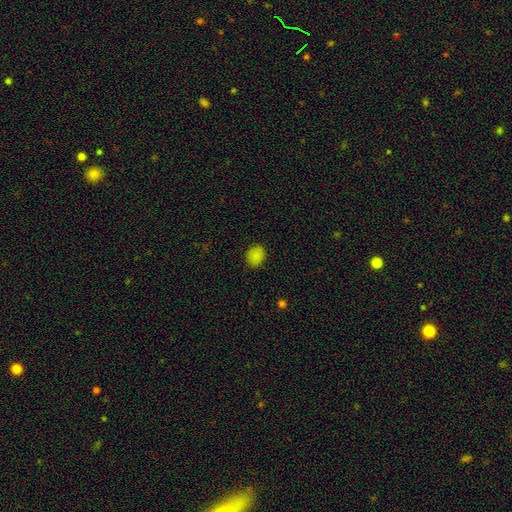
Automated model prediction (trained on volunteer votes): Smooth or featured? Predicted: smooth (p=0.84). How rounded? Predicted: round (p=0.51). Merging? Predicted: none (p=0.87).